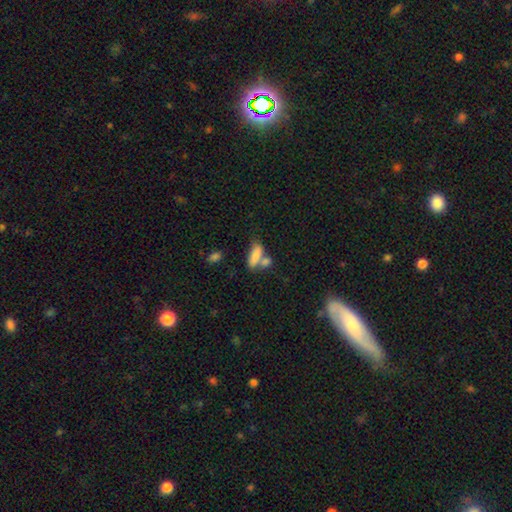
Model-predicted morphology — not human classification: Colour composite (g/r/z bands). It shows a smooth galaxy with no disk features (79%) that is in between round and cigar-shaped (72%). Merging: merger (46%).